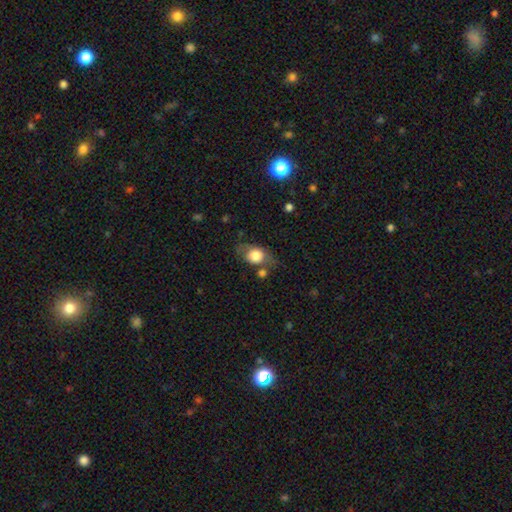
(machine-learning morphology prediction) A smooth galaxy with no disk features (72%) that is in between round and cigar-shaped (64%).

Vote fractions:
- Smooth or featured? smooth: 72% / featured or disk: 21% / star or artifact: 8%
- How rounded? in between: 64% / round: 34% / cigar-shaped: 2%
- Merging? none: 61% / minor disturbance: 22% / major disturbance: 9% / merger: 8%